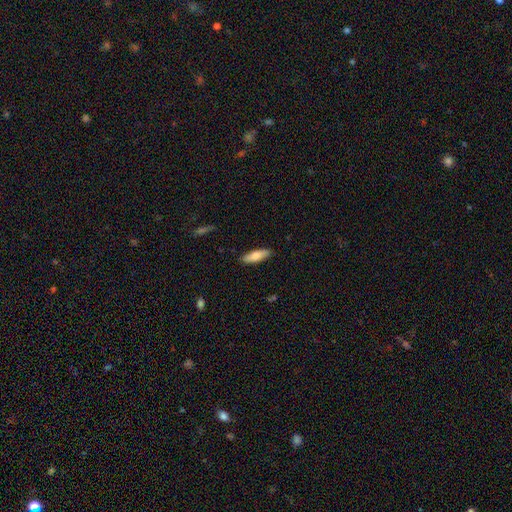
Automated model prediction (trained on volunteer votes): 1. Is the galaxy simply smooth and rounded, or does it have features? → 75% smooth, 19% featured or disk, 6% star or artifact.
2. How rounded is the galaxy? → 51% in between, 47% cigar-shaped, 2% round.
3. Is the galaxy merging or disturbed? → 88% none, 9% minor disturbance, 2% major disturbance, 1% merger.